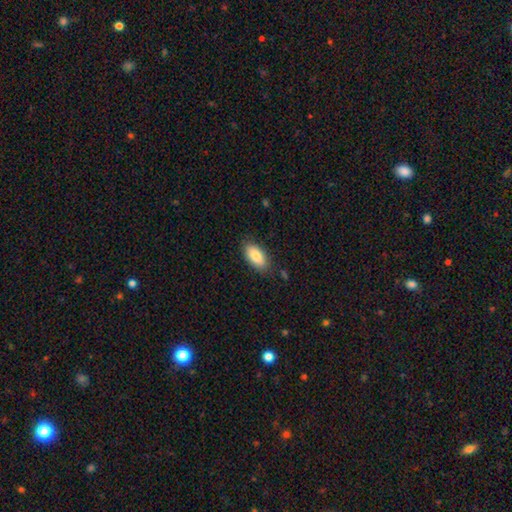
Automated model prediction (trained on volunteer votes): Smooth or featured? smooth (84%)
How rounded? in between (91%)
Merging? none (83%)